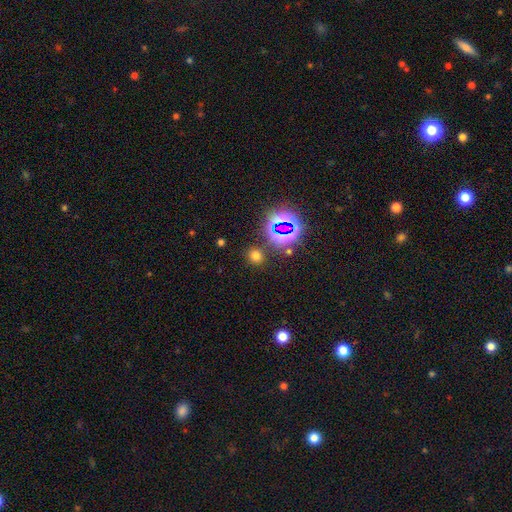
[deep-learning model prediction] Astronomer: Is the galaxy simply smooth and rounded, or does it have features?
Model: smooth — 63%.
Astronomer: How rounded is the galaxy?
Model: round — 78%.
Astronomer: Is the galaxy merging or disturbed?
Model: none — 84%.